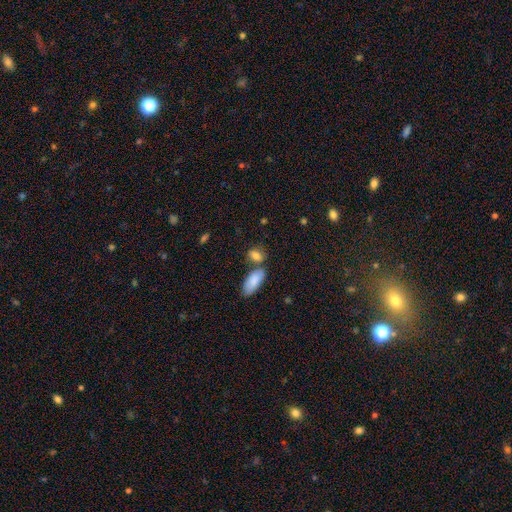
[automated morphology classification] A smooth galaxy with no disk features (82%) that is in between round and cigar-shaped (79%).

Vote fractions:
- Smooth or featured? smooth: 82% / featured or disk: 9% / star or artifact: 9%
- How rounded? in between: 79% / round: 14% / cigar-shaped: 7%
- Merging? none: 53% / merger: 27% / minor disturbance: 16% / major disturbance: 5%